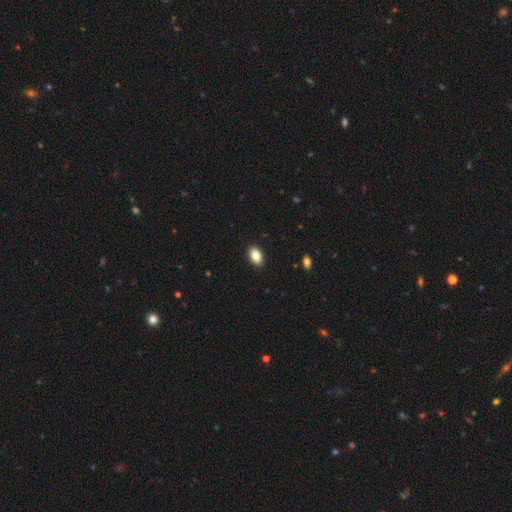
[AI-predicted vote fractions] smooth-or-featured: smooth: 86% | star or artifact: 8% | featured or disk: 6%
  how-rounded: in between: 88% | round: 11% | cigar-shaped: 1%
  merging: none: 91% | minor disturbance: 7% | major disturbance: 2% | merger: 1%